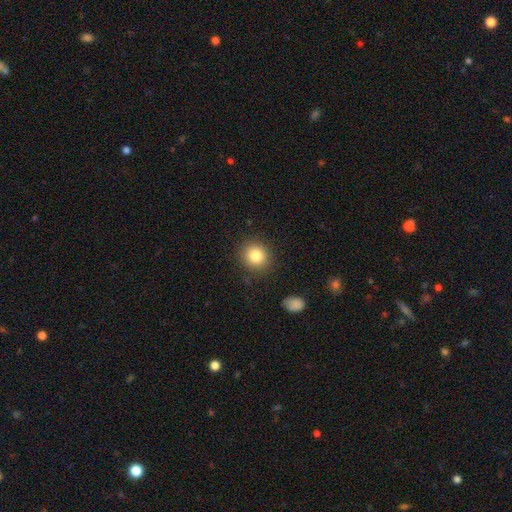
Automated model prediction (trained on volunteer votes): Overall: smooth (83%). How rounded: round (86%). Merging: none (87%).